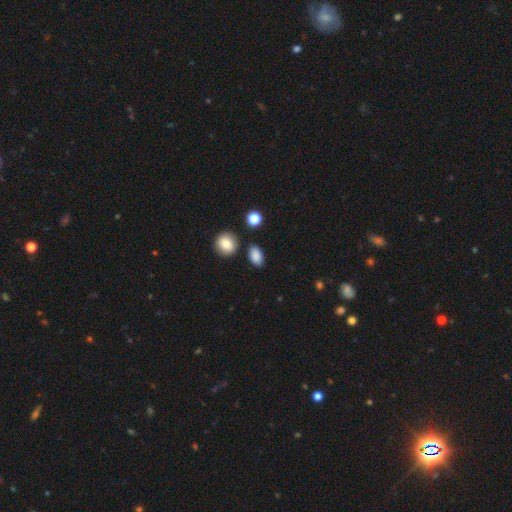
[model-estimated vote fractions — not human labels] Overall: smooth (87%). How rounded: in between (84%). Merging: none (82%).